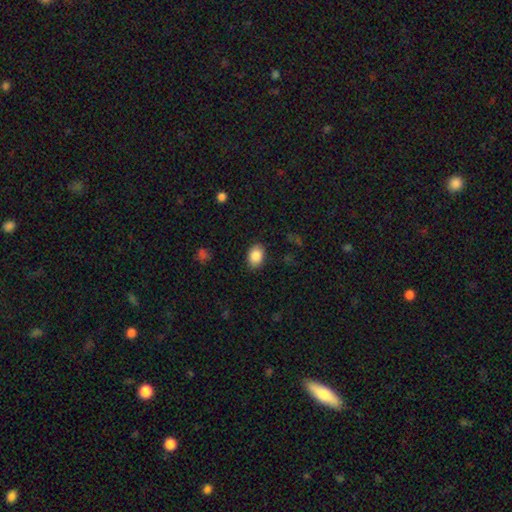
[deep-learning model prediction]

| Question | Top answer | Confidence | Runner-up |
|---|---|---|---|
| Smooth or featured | smooth | 87% | star or artifact (7%) |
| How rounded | in between | 81% | round (18%) |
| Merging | none | 86% | minor disturbance (11%) |